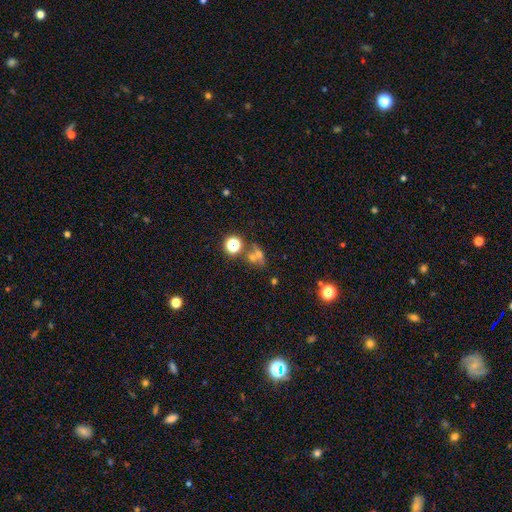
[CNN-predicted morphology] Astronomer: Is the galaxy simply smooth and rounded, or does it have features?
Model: smooth — 53%.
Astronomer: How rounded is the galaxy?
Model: round — 55% (runner-up: in between, 42%).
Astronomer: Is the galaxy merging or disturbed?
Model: merger — 44% (runner-up: none, 40%).